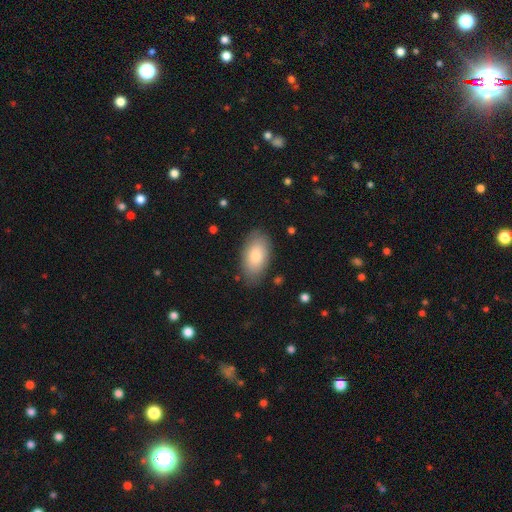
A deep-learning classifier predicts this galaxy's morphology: This appears to be a smooth galaxy with no disk features (80%) that is in between round and cigar-shaped (94%). Merging: none (82%).